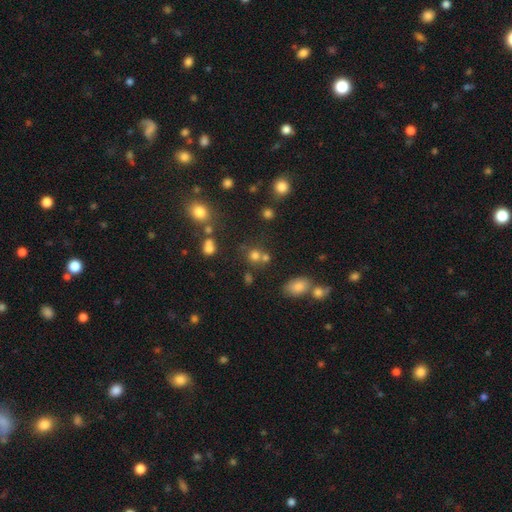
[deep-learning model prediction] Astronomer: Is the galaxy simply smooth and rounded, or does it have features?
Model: smooth — 65%.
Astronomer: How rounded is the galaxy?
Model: round — 83%.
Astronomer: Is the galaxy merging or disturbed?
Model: none — 60%.